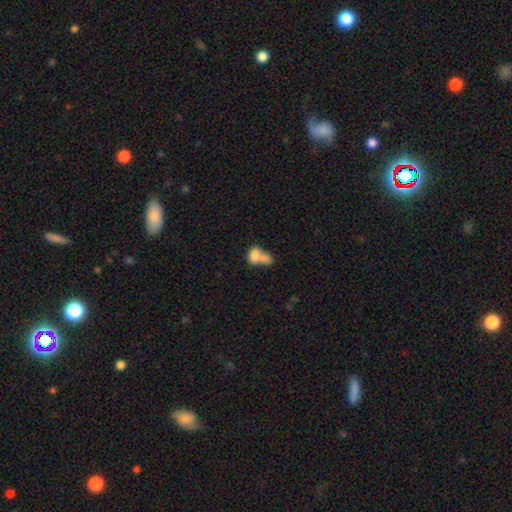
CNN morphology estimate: A smooth galaxy with no disk features (77%) that is in between round and cigar-shaped (82%).

Vote fractions:
- Smooth or featured? smooth: 77% / featured or disk: 15% / star or artifact: 8%
- How rounded? in between: 82% / round: 15% / cigar-shaped: 2%
- Merging? merger: 71% / none: 17% / minor disturbance: 7% / major disturbance: 5%